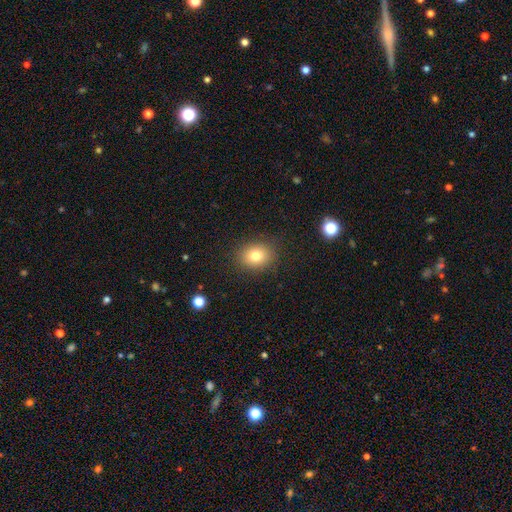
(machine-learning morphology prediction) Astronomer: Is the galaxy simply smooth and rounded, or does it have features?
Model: smooth — 78%.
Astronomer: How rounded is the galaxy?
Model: round — 60% (runner-up: in between, 39%).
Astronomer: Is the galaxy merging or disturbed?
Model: none — 87%.